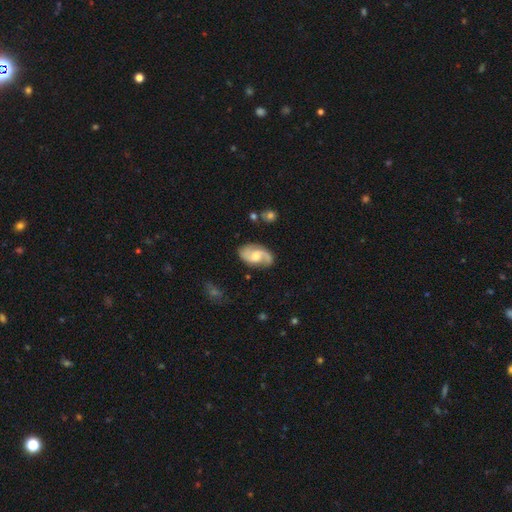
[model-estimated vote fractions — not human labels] Smooth or featured? Predicted: featured or disk (p=0.80). Edge-on disk? Predicted: no (p=0.97). Bar? Predicted: no (p=0.49). Spiral arms? Predicted: yes (p=0.96). Spiral winding? Predicted: medium (p=0.46). Spiral arm count? Predicted: 2 (p=0.87). Bulge size? Predicted: moderate (p=0.55). Merging? Predicted: none (p=0.75).